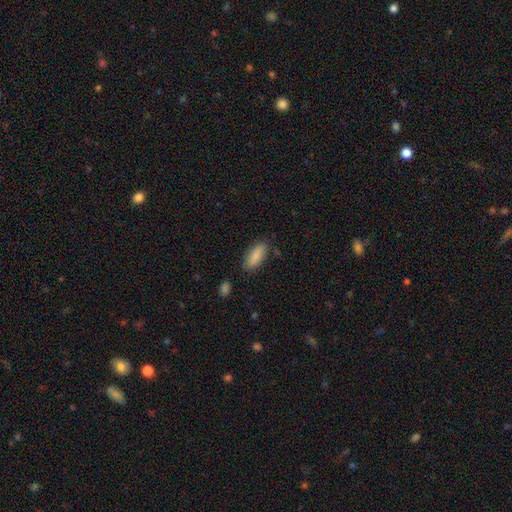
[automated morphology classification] A smooth galaxy with no disk features (87%) that is in between round and cigar-shaped (78%).

Vote fractions:
- Smooth or featured? smooth: 87% / featured or disk: 7% / star or artifact: 7%
- How rounded? in between: 78% / cigar-shaped: 20% / round: 2%
- Merging? none: 82% / minor disturbance: 13% / major disturbance: 3% / merger: 2%